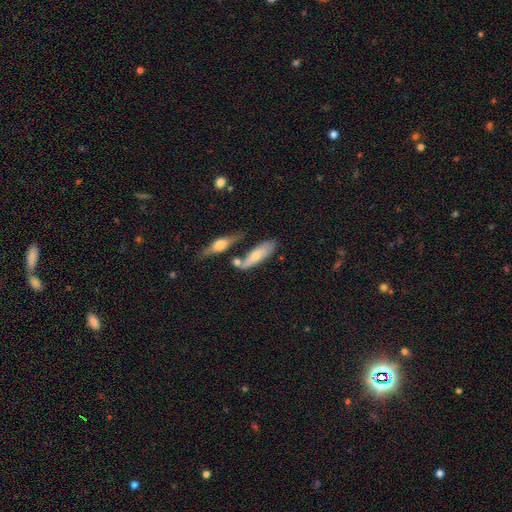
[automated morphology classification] A smooth galaxy with no disk features (57%) that is in between round and cigar-shaped (60%). Merging: none (50%).